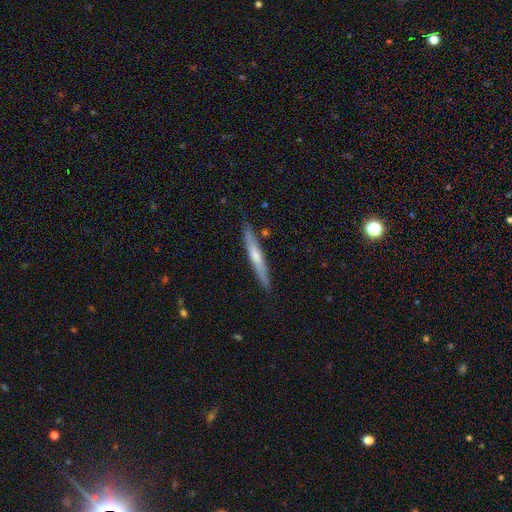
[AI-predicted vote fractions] A featured or disk galaxy (52%) viewed edge-on (95%). Merging: none (87%).